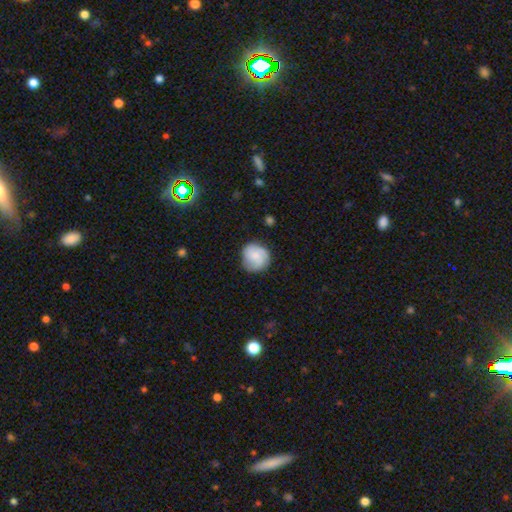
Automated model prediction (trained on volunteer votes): A smooth galaxy with no disk features (64%) that is round (90%).

Vote fractions:
- Smooth or featured? smooth: 64% / featured or disk: 29% / star or artifact: 7%
- How rounded? round: 90% / in between: 9% / cigar-shaped: 1%
- Merging? none: 78% / minor disturbance: 16% / major disturbance: 5% / merger: 1%